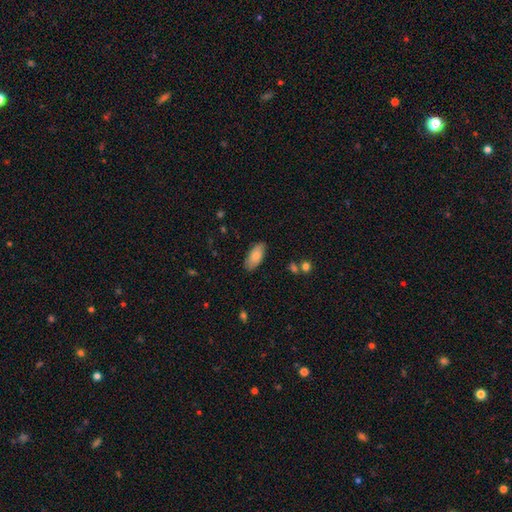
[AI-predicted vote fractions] This is clearly a smooth galaxy (81%). How rounded: clearly in between (89%). Merging: clearly none (83%).